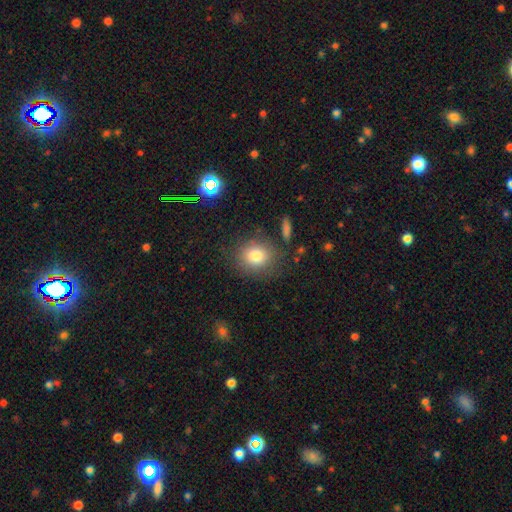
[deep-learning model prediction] Morphology: type=smooth (81%); roundness=round (71%); merging=none (81%).